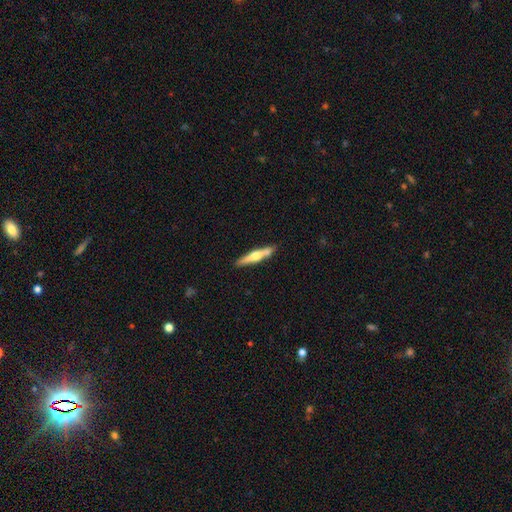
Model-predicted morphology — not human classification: Overall: featured or disk (54%; smooth 41%). Edge-on disk: yes (95%). Edge-on bulge: rounded (88%). Merging: none (74%).